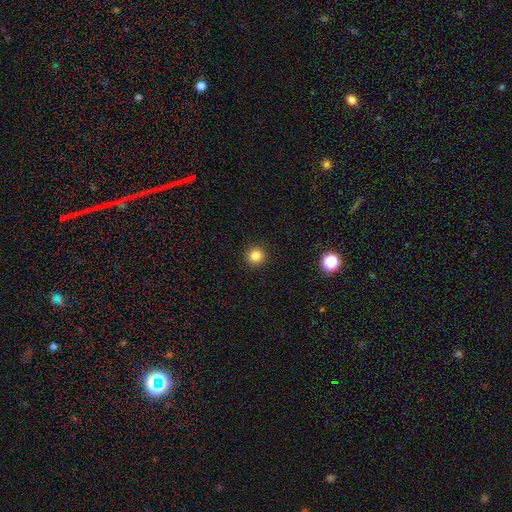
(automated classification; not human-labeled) The model was most divided on "smooth or featured": smooth: 83%, star or artifact: 12%, featured or disk: 5%. More confident: how rounded — round (95%); merging — none (93%).